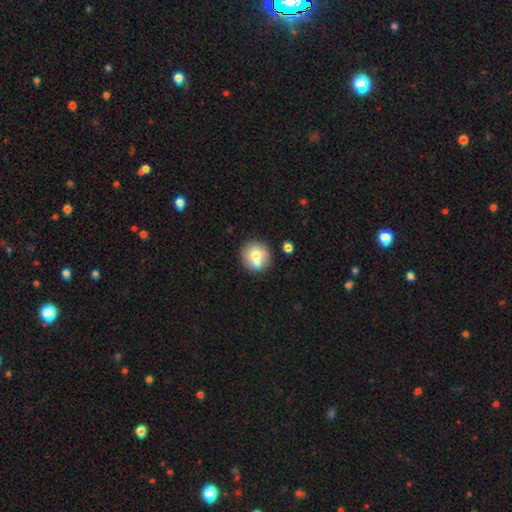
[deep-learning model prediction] The model was most divided on "merging": none: 63%, merger: 25%, minor disturbance: 9%, major disturbance: 3%. More confident: how rounded — round (92%); smooth or featured — smooth (68%).